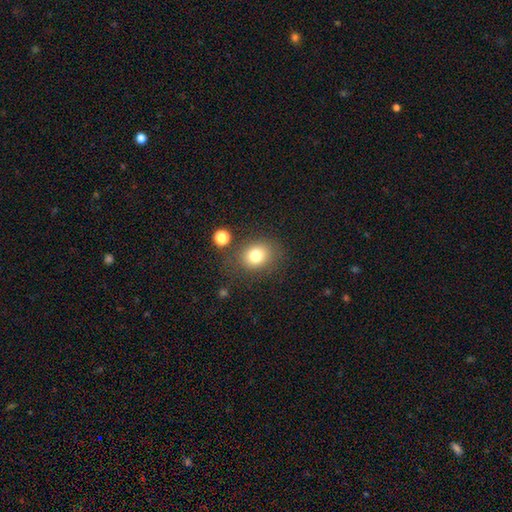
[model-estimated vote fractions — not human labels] This is likely a smooth galaxy (79%). How rounded: possibly round (59%). Merging: likely none (76%).